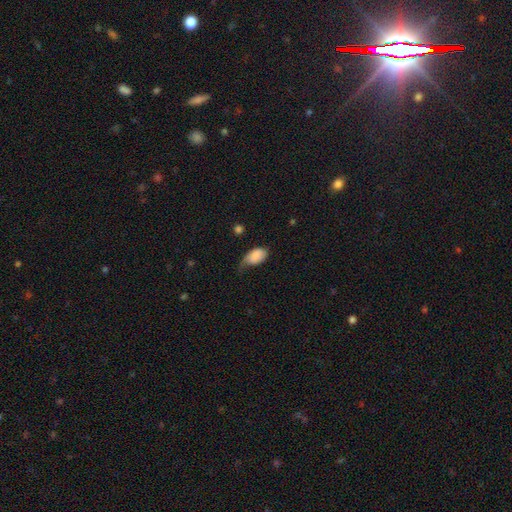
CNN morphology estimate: type=smooth (83%); roundness=in between (92%); merging=minor disturbance (45%).